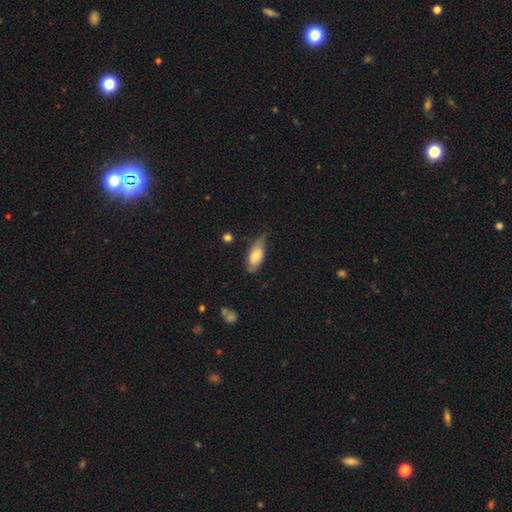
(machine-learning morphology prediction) Smooth or featured? Predicted: smooth (p=0.62). How rounded? Predicted: in between (p=0.85). Merging? Predicted: none (p=0.44).